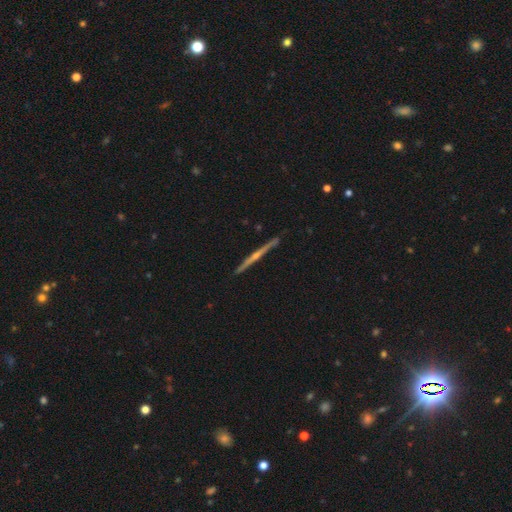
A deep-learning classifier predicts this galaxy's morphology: Smooth or featured? Predicted: featured or disk (p=0.68). Edge-on disk? Predicted: yes (p=0.96). Edge-on bulge? Predicted: rounded (p=0.59). Merging? Predicted: none (p=0.88).